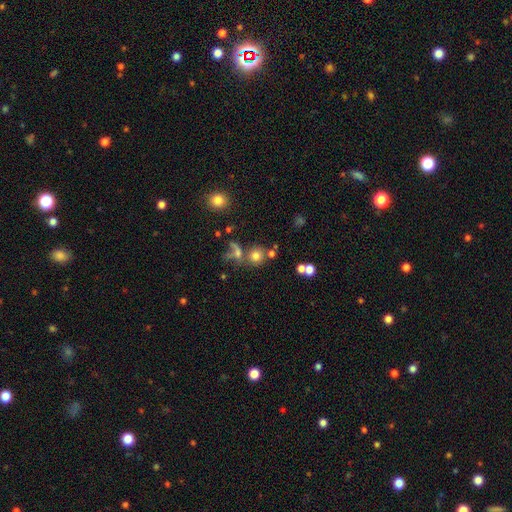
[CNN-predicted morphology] Smooth or featured? smooth (72%)
How rounded? round (87%)
Merging? none (57%)